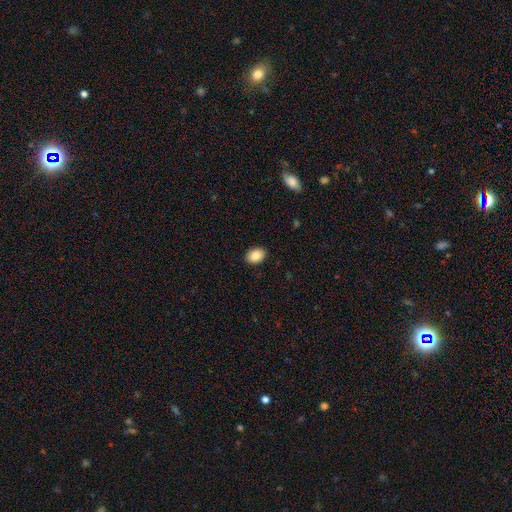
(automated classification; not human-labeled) Smooth or featured?
  - smooth: 87% *
  - star or artifact: 8%
  - featured or disk: 5%
How rounded?
  - in between: 73% *
  - round: 26%
  - cigar-shaped: 1%
Merging?
  - none: 90% *
  - minor disturbance: 7%
  - major disturbance: 2%
  - merger: 1%